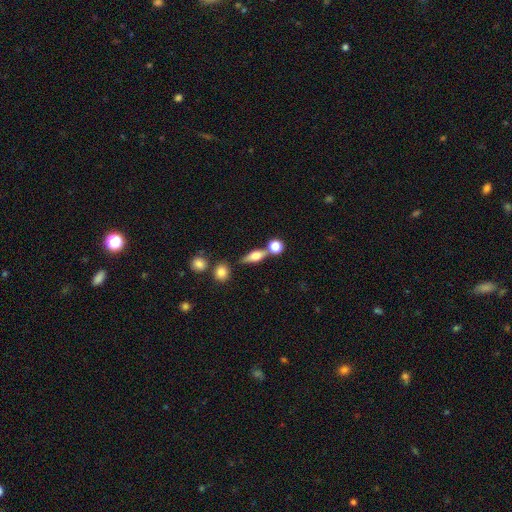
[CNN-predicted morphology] Smooth or featured? smooth (51%)
How rounded? in between (50%)
Merging? none (65%)